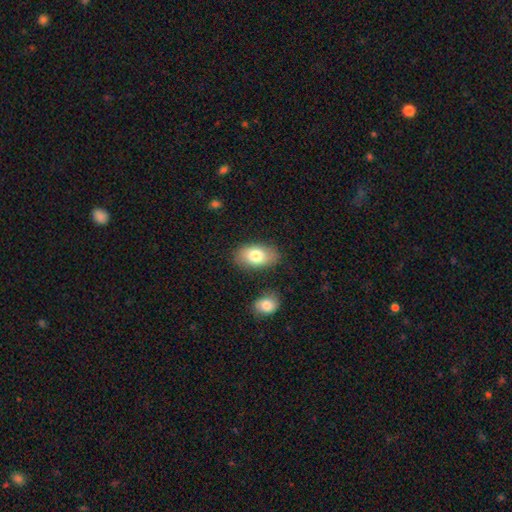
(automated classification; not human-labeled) smooth_or_featured: smooth (p=0.78) [alt: featured or disk p=0.16]
how_rounded: in between (p=0.91) [alt: round p=0.07]
merging: none (p=0.80) [alt: minor disturbance p=0.12]